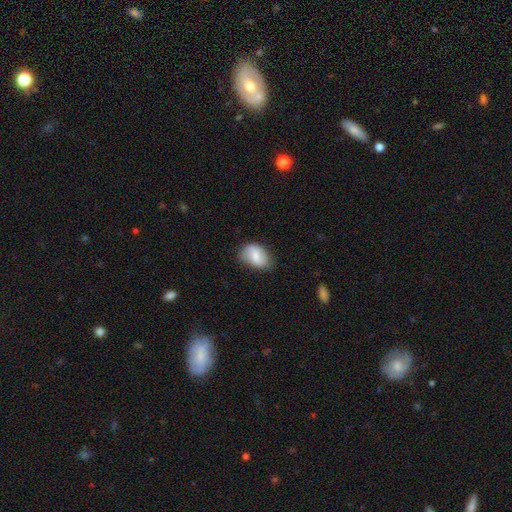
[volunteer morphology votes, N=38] Smooth or featured? smooth (66%)
How rounded? in between (72%)
Merging? none (50%)